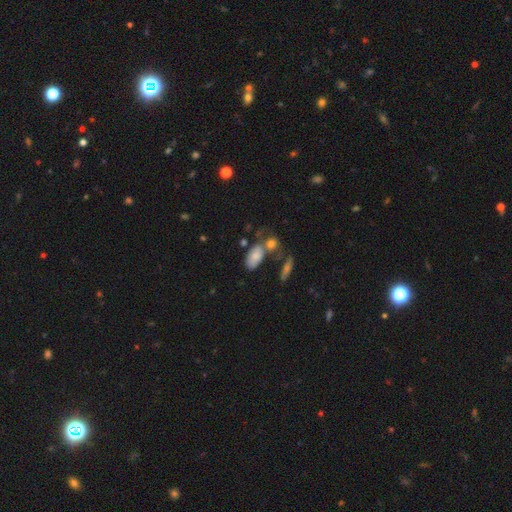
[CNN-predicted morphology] Smooth or featured? smooth (75%)
How rounded? in between (91%)
Merging? none (45%)